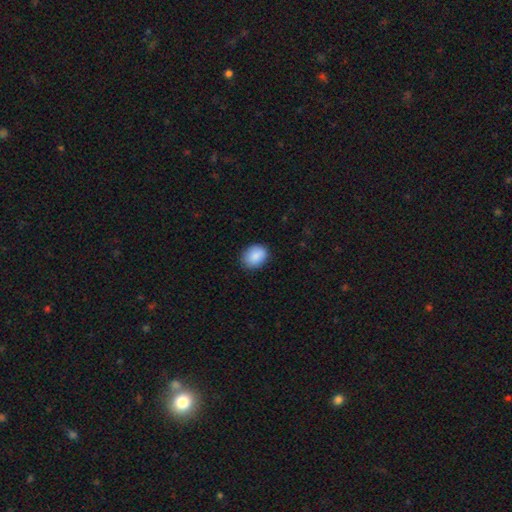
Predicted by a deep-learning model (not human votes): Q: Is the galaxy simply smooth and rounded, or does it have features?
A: smooth — 89%.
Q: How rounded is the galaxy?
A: in between — 61%.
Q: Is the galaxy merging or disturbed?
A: none — 86%.